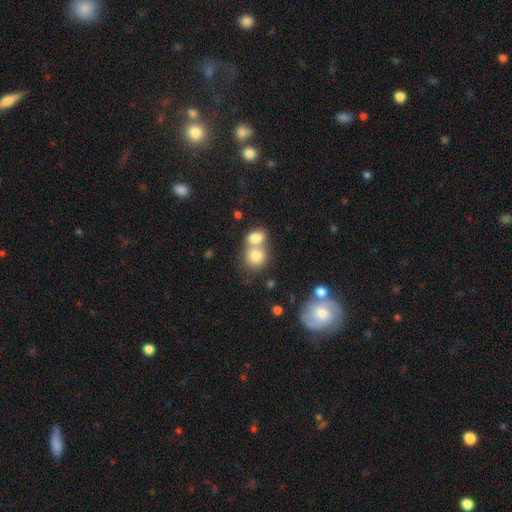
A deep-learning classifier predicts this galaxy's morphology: Overall: smooth (78%). How rounded: round (71%). Merging: merger (59%; none 31%).